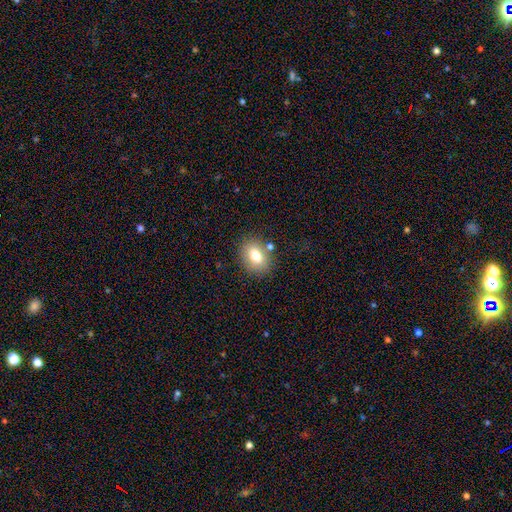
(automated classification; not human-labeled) Overall: smooth (77%). How rounded: in between (68%; round 31%). Merging: none (78%).